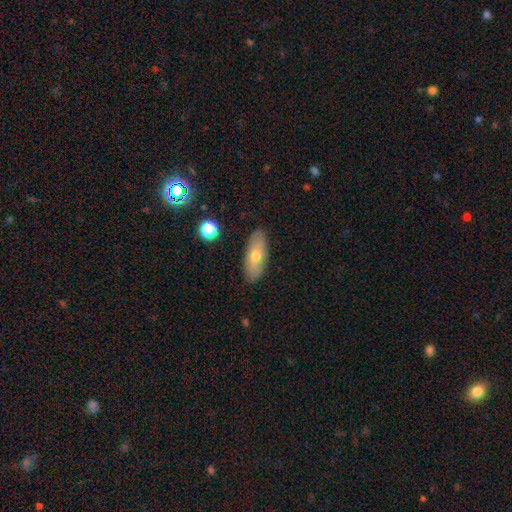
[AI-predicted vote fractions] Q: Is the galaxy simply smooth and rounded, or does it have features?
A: smooth — 60%.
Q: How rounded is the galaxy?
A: in between — 76%.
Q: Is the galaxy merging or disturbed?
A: none — 88%.